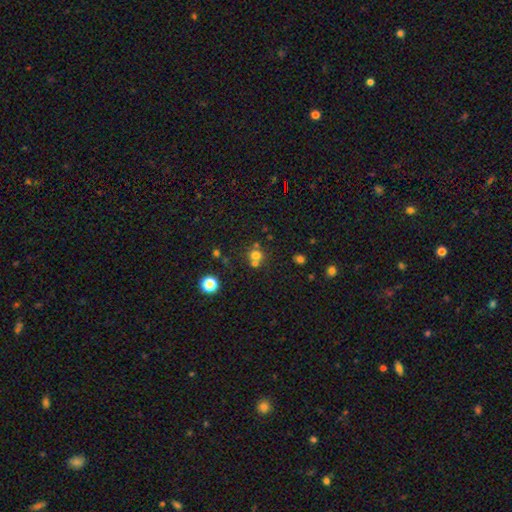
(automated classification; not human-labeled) Smooth or featured: smooth — 66% (star or artifact — 22%)
How rounded: round — 87% (in between — 12%)
Merging: none — 53% (merger — 36%)